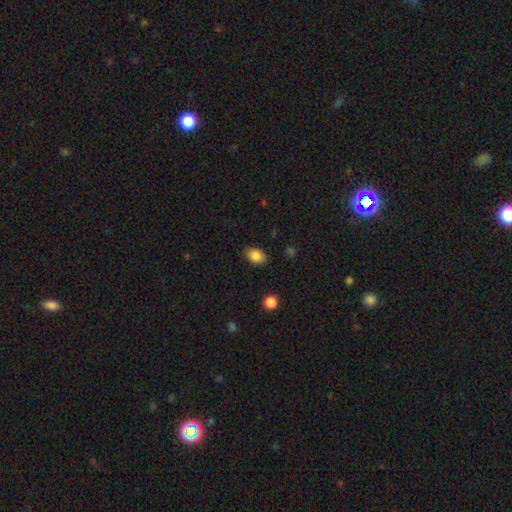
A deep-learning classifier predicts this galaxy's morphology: Smooth or featured? Predicted: smooth (p=0.86). How rounded? Predicted: in between (p=0.80). Merging? Predicted: none (p=0.85).